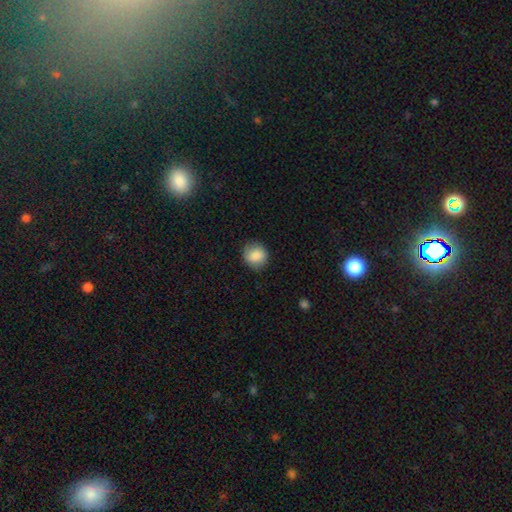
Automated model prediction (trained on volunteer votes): Morphology: type=smooth (86%); roundness=round (81%); merging=none (83%).